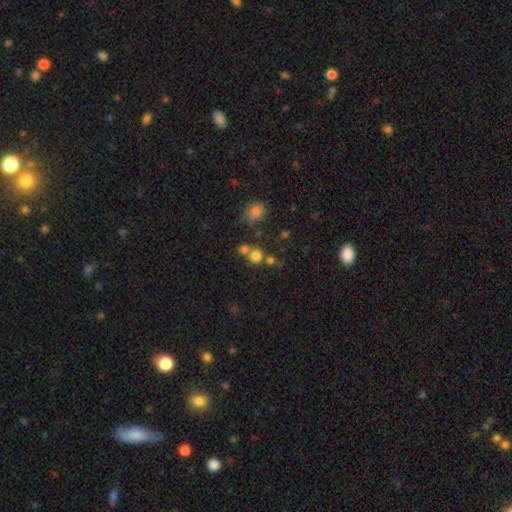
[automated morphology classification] Smooth or featured? Predicted: smooth (p=0.76). How rounded? Predicted: round (p=0.88). Merging? Predicted: none (p=0.58).